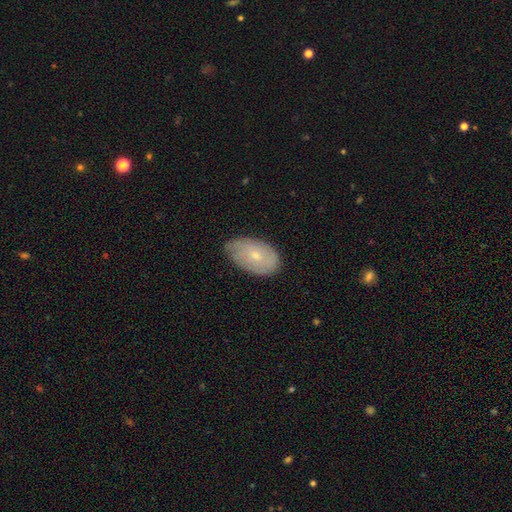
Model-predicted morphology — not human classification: A smooth galaxy with no disk features (52%) that is in between round and cigar-shaped (91%). Merging: none (64%).